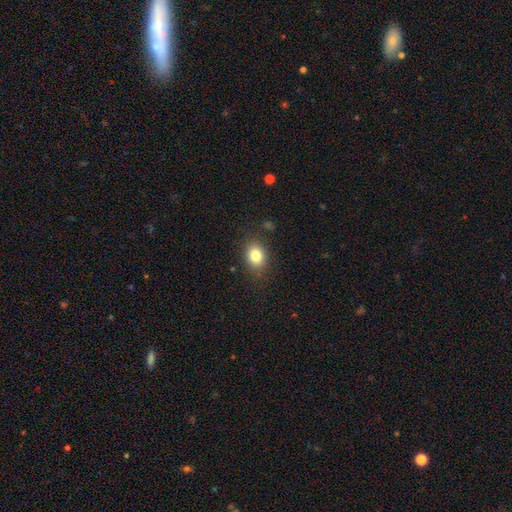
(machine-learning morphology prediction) Smooth or featured? Predicted: smooth (p=0.82). How rounded? Predicted: in between (p=0.63). Merging? Predicted: none (p=0.84).